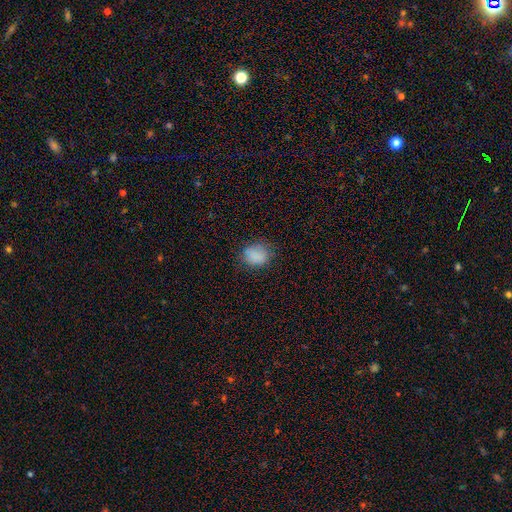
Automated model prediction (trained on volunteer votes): Q: Smooth or featured?
A: smooth (83%); runner-up: star or artifact (10%)
Q: How rounded?
A: round (56%); runner-up: in between (43%)
Q: Merging?
A: none (72%); runner-up: minor disturbance (20%)